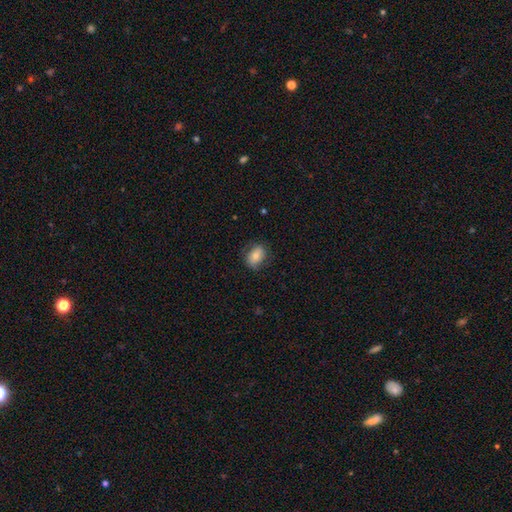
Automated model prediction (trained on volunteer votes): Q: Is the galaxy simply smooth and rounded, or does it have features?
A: smooth — 72%.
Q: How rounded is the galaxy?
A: in between — 76%.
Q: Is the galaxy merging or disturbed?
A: none — 75%.